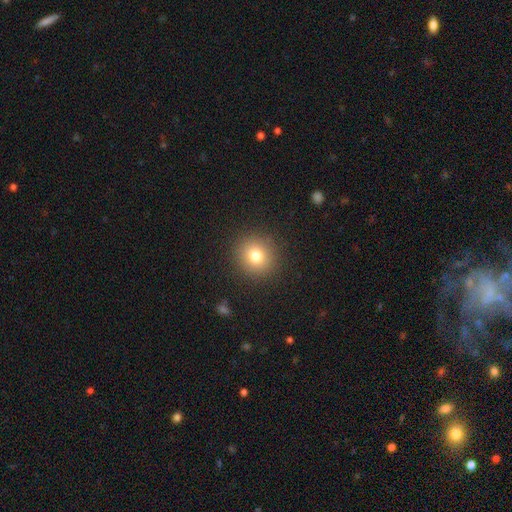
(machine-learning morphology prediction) Smooth or featured? smooth (78%)
How rounded? round (92%)
Merging? none (91%)